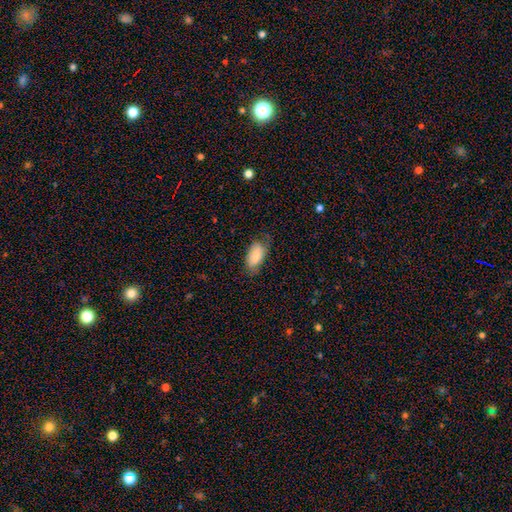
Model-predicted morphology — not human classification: Smooth or featured? Predicted: smooth (p=0.80). How rounded? Predicted: in between (p=0.92). Merging? Predicted: none (p=0.64).